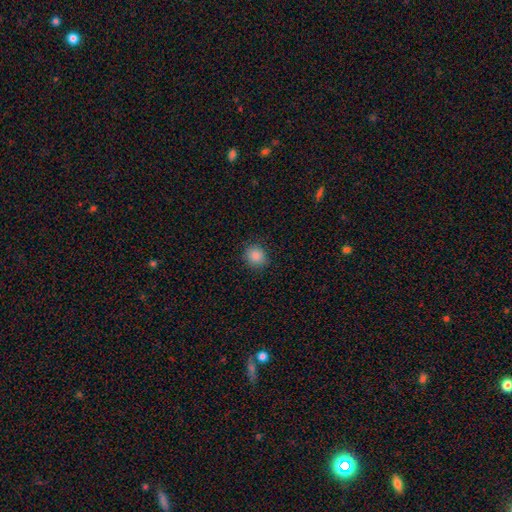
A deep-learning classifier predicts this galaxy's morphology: A smooth galaxy with no disk features (87%) that is round (86%). Merging: none (88%).